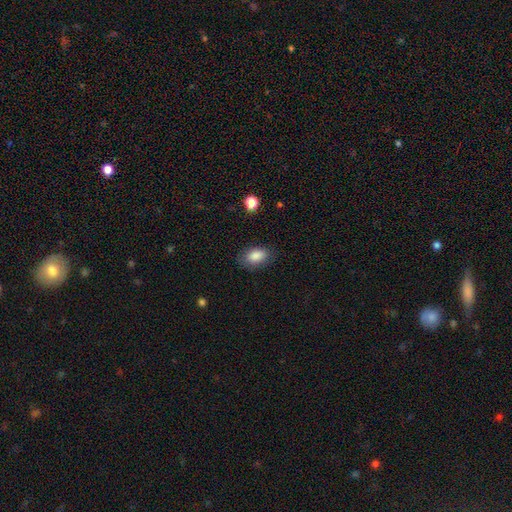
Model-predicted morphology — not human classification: This appears to be a smooth galaxy with no disk features (87%) that is in between round and cigar-shaped (91%). Merging: none (82%).